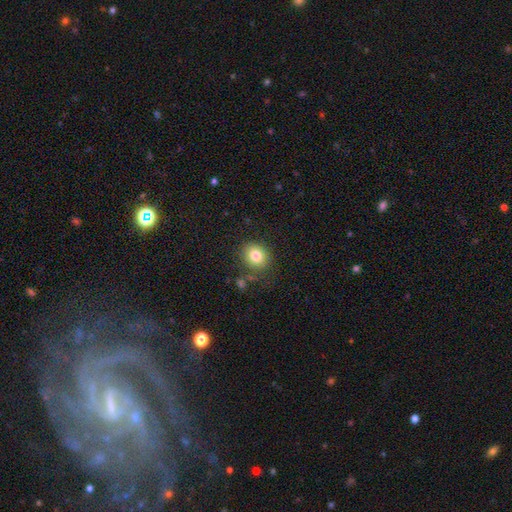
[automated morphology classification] This is clearly a smooth galaxy (82%). How rounded: likely round (74%). Merging: likely none (80%).